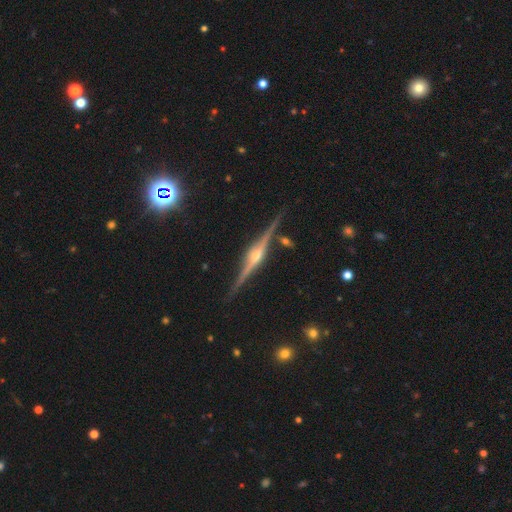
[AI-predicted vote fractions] Smooth or featured? featured or disk (89%)
Edge-on disk? yes (98%)
Edge-on bulge? rounded (90%)
Merging? none (88%)